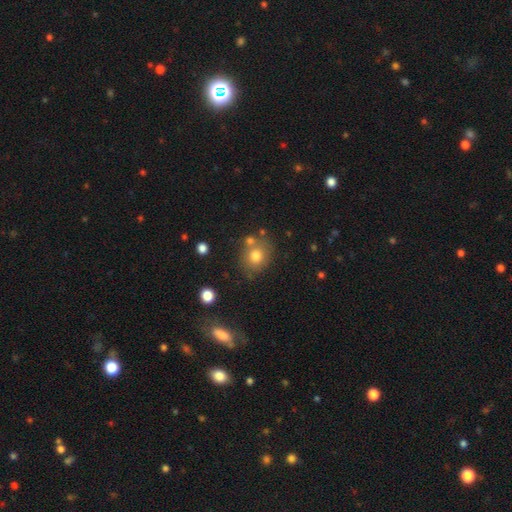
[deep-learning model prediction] Smooth or featured: smooth — 76% (star or artifact — 12%)
How rounded: round — 71% (in between — 28%)
Merging: none — 69% (merger — 14%)